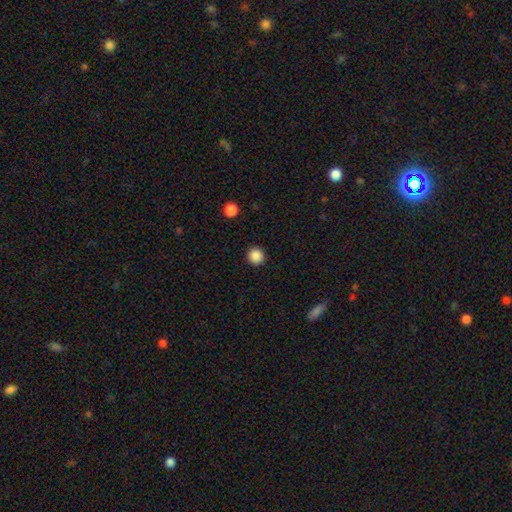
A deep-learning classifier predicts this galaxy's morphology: A smooth galaxy with no disk features (87%) that is round (95%). Merging: none (93%).